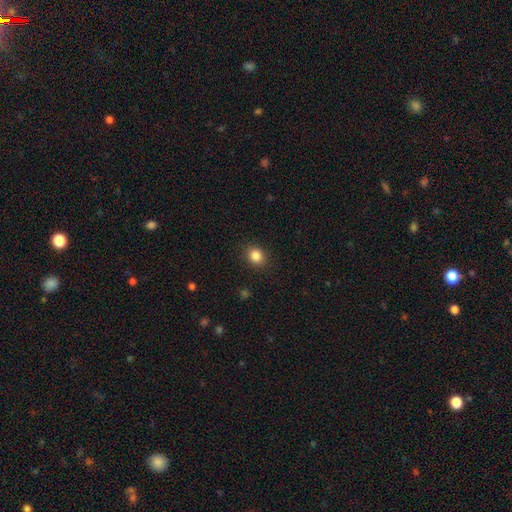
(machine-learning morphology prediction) Overall: smooth (85%). How rounded: round (65%; in between 34%). Merging: none (89%).